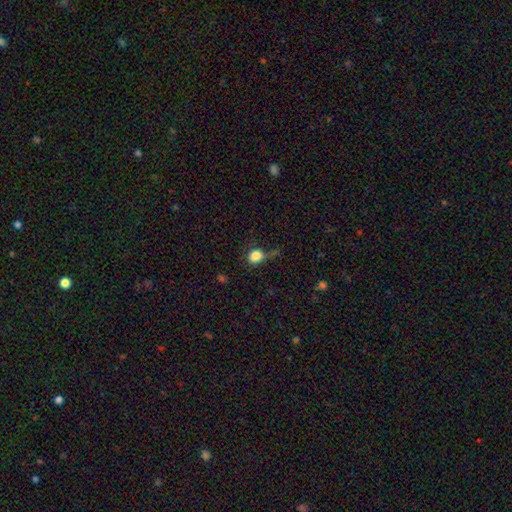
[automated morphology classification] smooth-or-featured: smooth: 83% | star or artifact: 10% | featured or disk: 7%
  how-rounded: round: 66% | in between: 32% | cigar-shaped: 1%
  merging: none: 45% | minor disturbance: 28% | major disturbance: 21% | merger: 6%